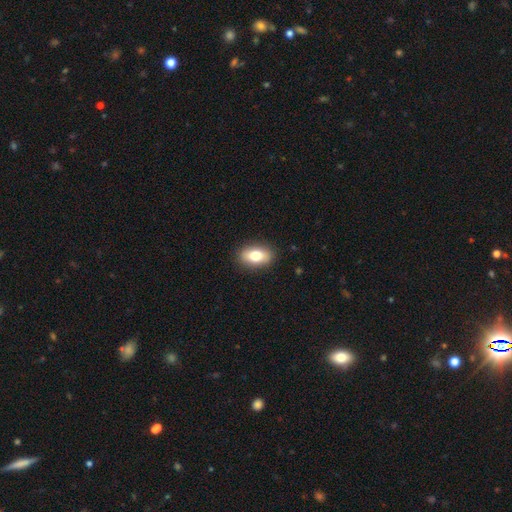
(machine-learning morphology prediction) A smooth galaxy with no disk features (77%) that is in between round and cigar-shaped (86%). Merging: none (88%).